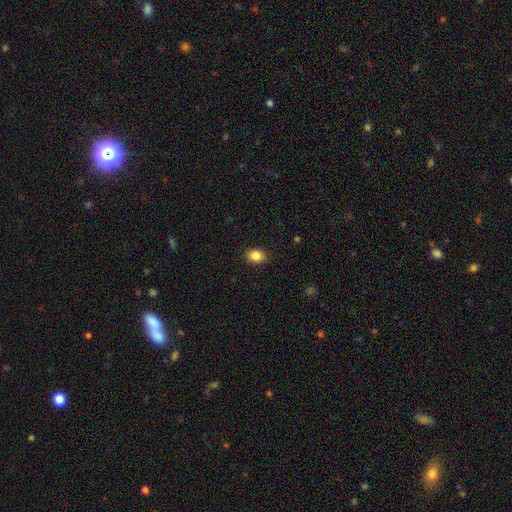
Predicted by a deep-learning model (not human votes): Smooth or featured: smooth — 86% (star or artifact — 9%)
How rounded: in between — 65% (round — 34%)
Merging: none — 87% (minor disturbance — 10%)